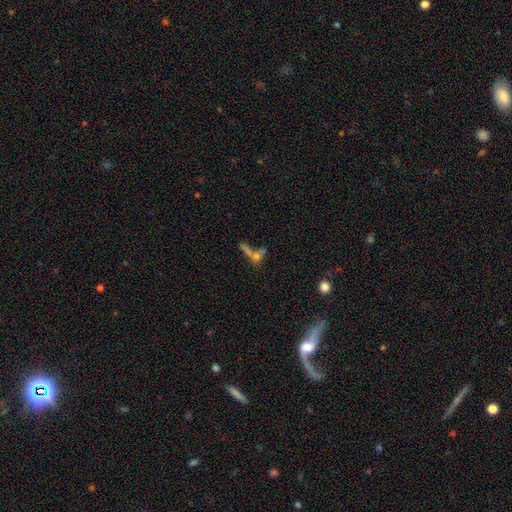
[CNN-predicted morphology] Smooth or featured?
  - smooth: 45% *
  - featured or disk: 31%
  - star or artifact: 24%
Merging?
  - merger: 41% *
  - none: 40%
  - minor disturbance: 9%
  - major disturbance: 9%